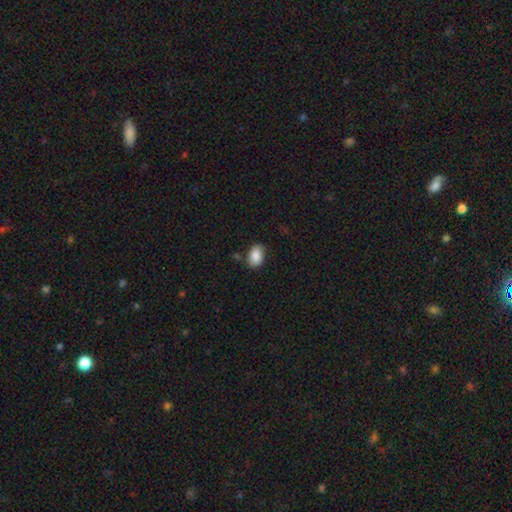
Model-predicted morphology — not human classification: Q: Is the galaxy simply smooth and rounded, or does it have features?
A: smooth — 87%.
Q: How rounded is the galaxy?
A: in between — 84%.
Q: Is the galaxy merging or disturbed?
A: none — 78%.